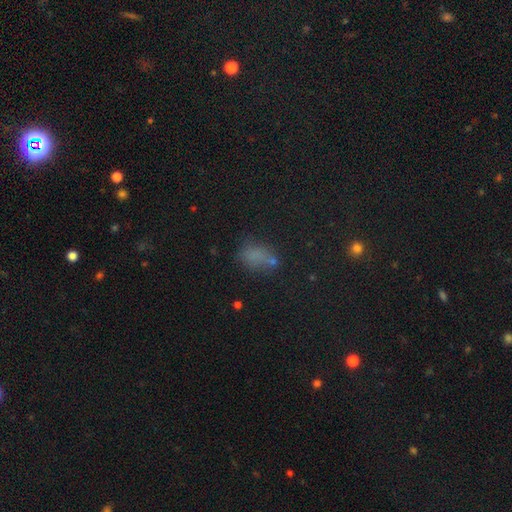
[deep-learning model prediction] Morphology: type=smooth (65%); roundness=in between (77%); merging=none (49%).